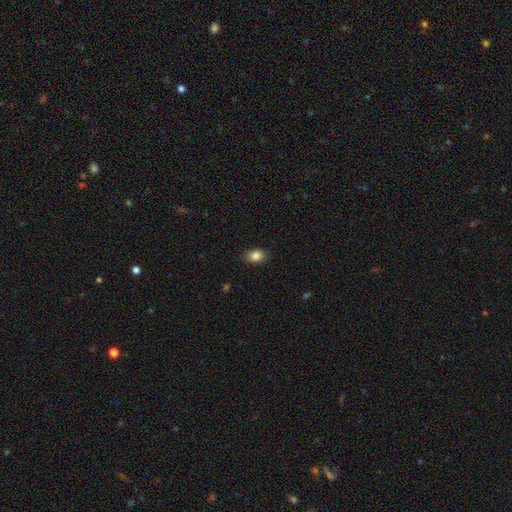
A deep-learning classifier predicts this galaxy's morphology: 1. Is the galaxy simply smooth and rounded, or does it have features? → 86% smooth, 9% star or artifact, 6% featured or disk.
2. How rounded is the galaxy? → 80% in between, 19% round, 1% cigar-shaped.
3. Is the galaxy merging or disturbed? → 85% none, 12% minor disturbance, 2% major disturbance, 1% merger.